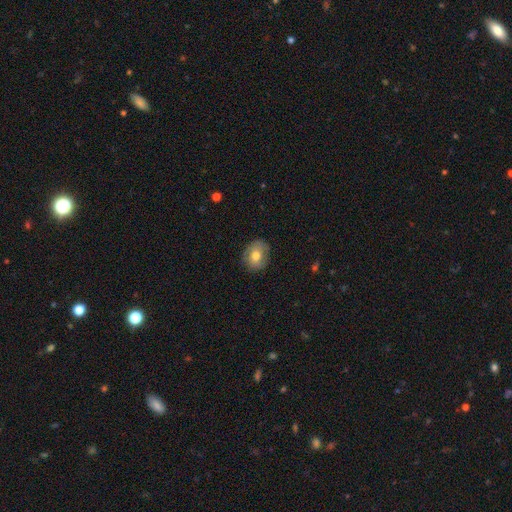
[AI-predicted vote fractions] Smooth or featured?
  - smooth: 66% *
  - featured or disk: 25%
  - star or artifact: 8%
How rounded?
  - round: 58% *
  - in between: 41%
  - cigar-shaped: 1%
Merging?
  - none: 80% *
  - minor disturbance: 15%
  - major disturbance: 4%
  - merger: 1%